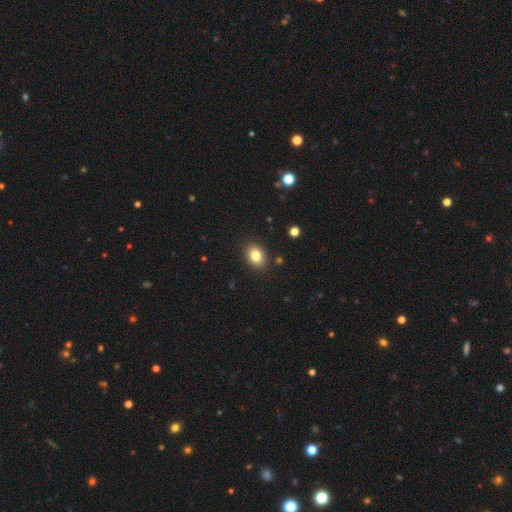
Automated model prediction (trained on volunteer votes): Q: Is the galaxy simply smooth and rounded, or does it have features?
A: smooth — 82%.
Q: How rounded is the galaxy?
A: in between — 62%.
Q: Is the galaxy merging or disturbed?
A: none — 88%.